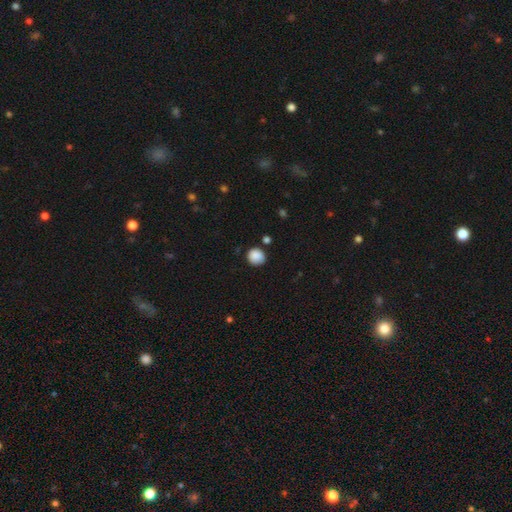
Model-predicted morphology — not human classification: type=smooth (88%); roundness=round (84%); merging=none (83%).